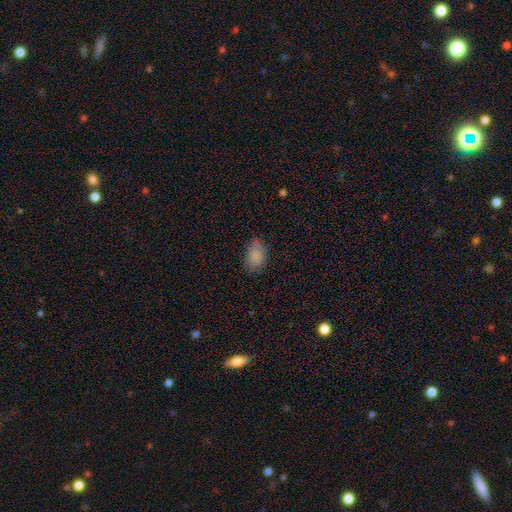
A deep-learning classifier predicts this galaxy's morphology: Smooth or featured: smooth — 82% (star or artifact — 10%)
How rounded: in between — 86% (round — 13%)
Merging: none — 64% (minor disturbance — 28%)